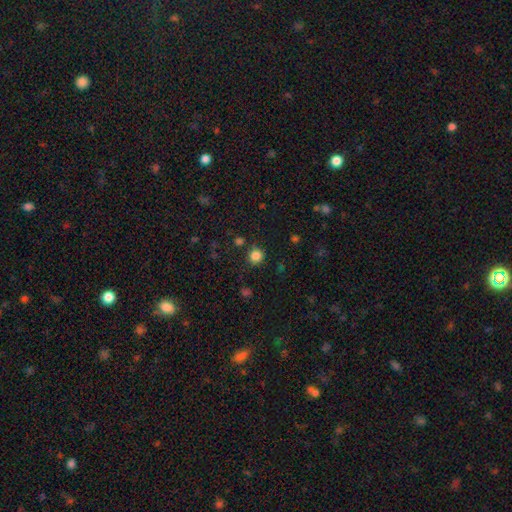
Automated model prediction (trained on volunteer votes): A smooth galaxy with no disk features (83%) that is round (89%). Merging: none (82%).